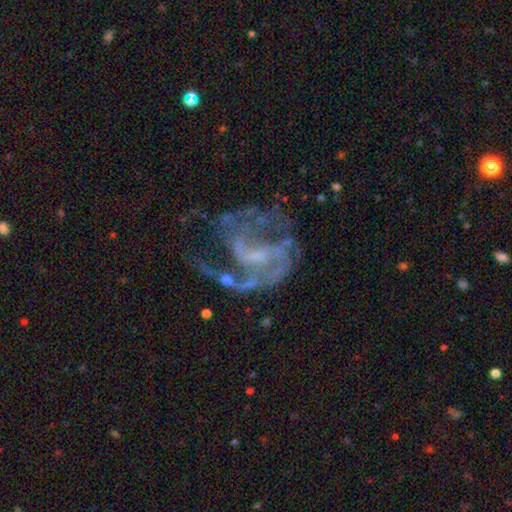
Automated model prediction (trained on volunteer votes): This appears to be a featured or disk galaxy (84%) with a weak bar (48%), 2 (47%) medium (47%) spiral arms (86%) and a small central bulge (45%). Merging: none (39%, tied with major disturbance).